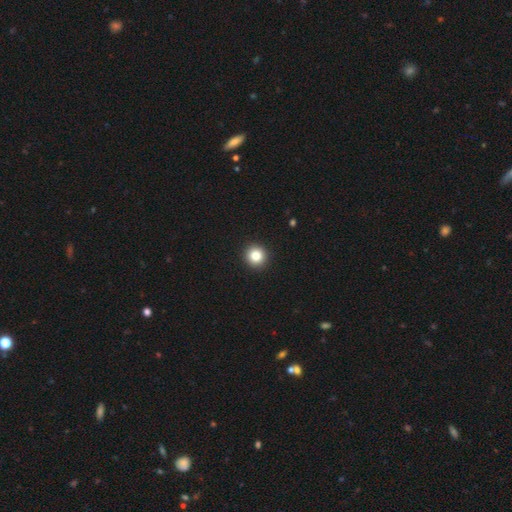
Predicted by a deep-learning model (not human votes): This appears to be a smooth galaxy with no disk features (84%) that is round (94%). Merging: none (93%).